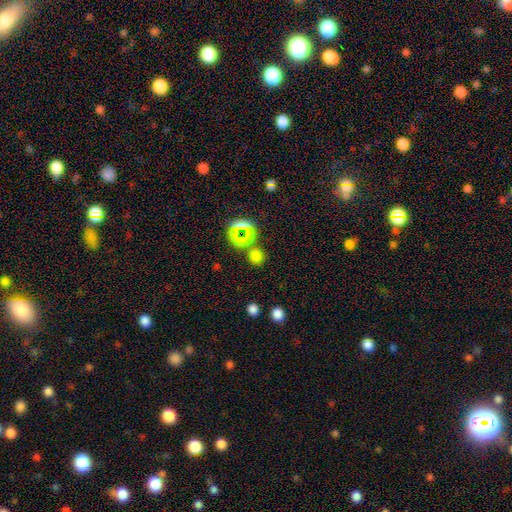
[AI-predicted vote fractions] Smooth or featured? Predicted: smooth (p=0.64). How rounded? Predicted: round (p=0.87). Merging? Predicted: none (p=0.78).